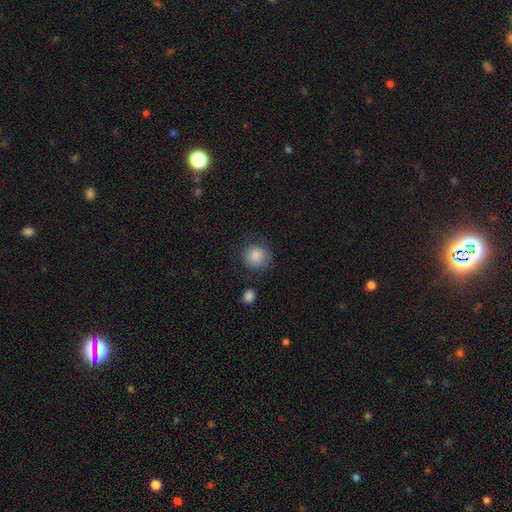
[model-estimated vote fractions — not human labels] Smooth or featured? Predicted: smooth (p=0.87). How rounded? Predicted: round (p=0.88). Merging? Predicted: none (p=0.79).